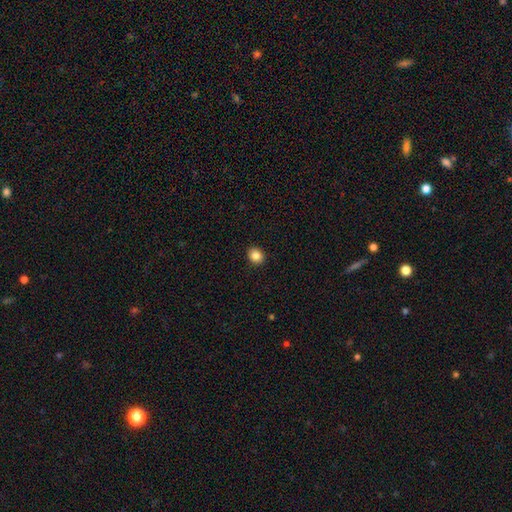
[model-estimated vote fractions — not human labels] Smooth or featured? smooth (86%)
How rounded? round (66%)
Merging? none (92%)